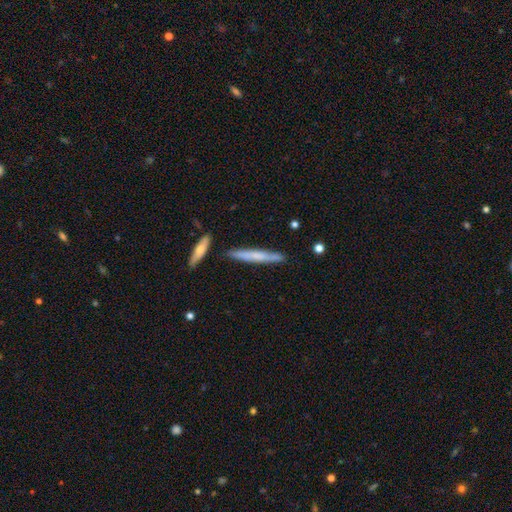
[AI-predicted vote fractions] Overall: smooth (56%; featured or disk 38%). How rounded: cigar-shaped (95%). Merging: none (84%).